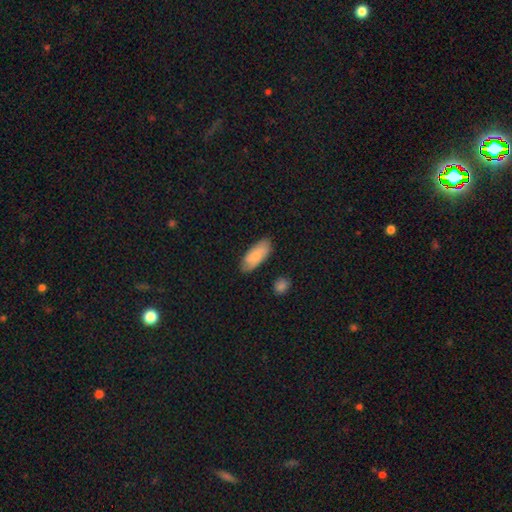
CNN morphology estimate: The model was most divided on "smooth or featured": smooth: 72%, featured or disk: 22%, star or artifact: 6%. More confident: how rounded — in between (86%); merging — none (80%).